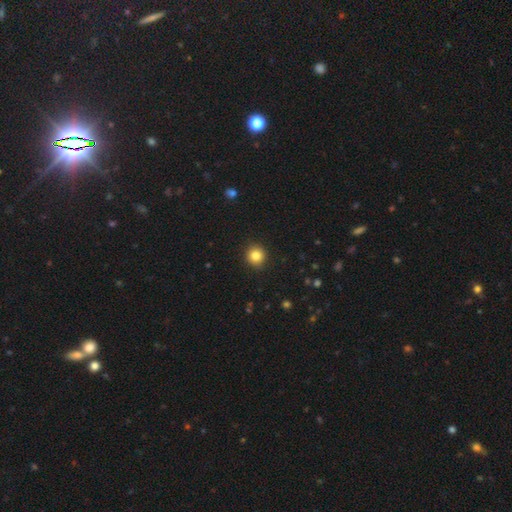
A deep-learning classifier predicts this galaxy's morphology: smooth-or-featured: smooth: 84% | star or artifact: 11% | featured or disk: 5%
  how-rounded: round: 92% | in between: 7% | cigar-shaped: 1%
  merging: none: 92% | minor disturbance: 6% | major disturbance: 2% | merger: 1%